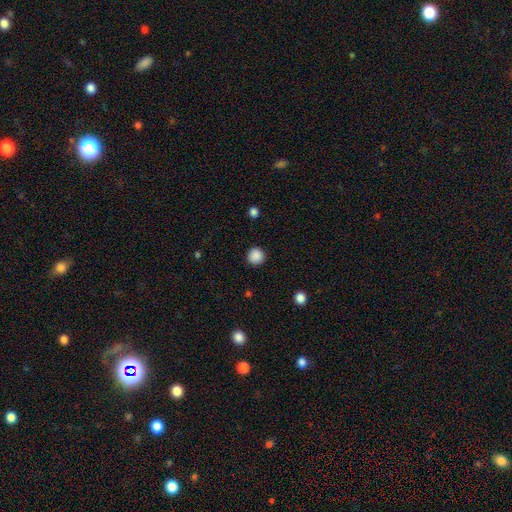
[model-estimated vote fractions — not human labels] A smooth galaxy with no disk features (87%) that is round (94%). Merging: none (91%).